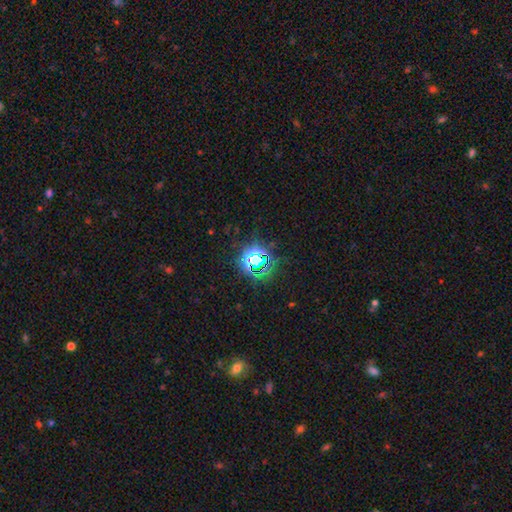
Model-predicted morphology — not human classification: A star or artifact, not a galaxy (76%).